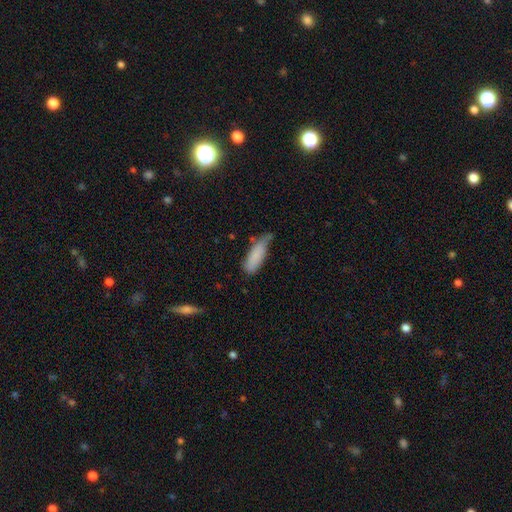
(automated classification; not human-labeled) This appears to be a smooth galaxy with no disk features (83%) that is in between round and cigar-shaped (55%). Merging: minor disturbance (43%).